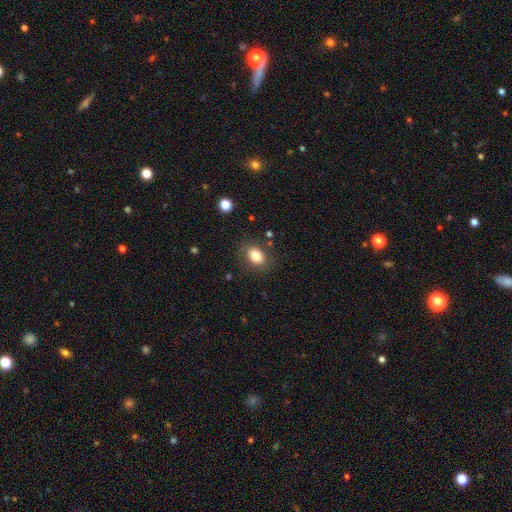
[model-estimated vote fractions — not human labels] smooth_or_featured: smooth (p=0.81) [alt: star or artifact p=0.10]
how_rounded: in between (p=0.68) [alt: round p=0.31]
merging: none (p=0.82) [alt: minor disturbance p=0.11]